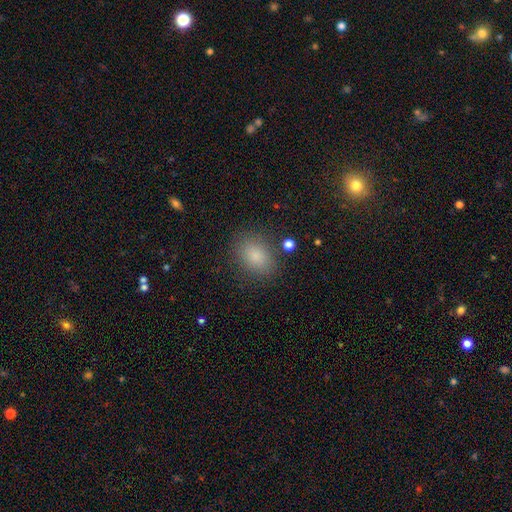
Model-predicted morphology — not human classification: This is clearly a smooth galaxy (83%). How rounded: likely in between (68%). Merging: clearly none (83%).